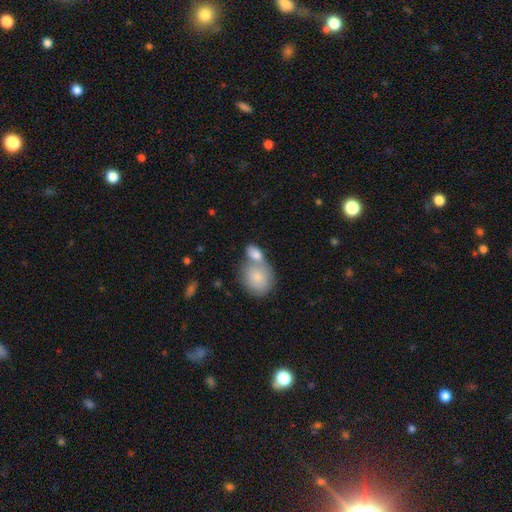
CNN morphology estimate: smooth_or_featured: smooth (p=0.81) [alt: featured or disk p=0.12]
how_rounded: in between (p=0.63) [alt: round p=0.34]
merging: merger (p=0.58) [alt: none p=0.29]